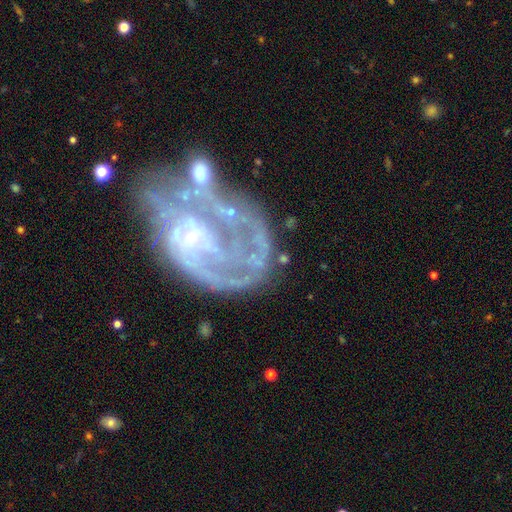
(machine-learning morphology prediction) This is likely a featured or disk galaxy (80%). It is clearly not viewed edge-on (98%). Bar: likely no (67%). Spiral arm pattern: likely yes (66%). Spiral arm count: marginally can't tell (37%). Spiral winding: marginally tight (40%). Central bulge: marginally small (44%). Merging: marginally major disturbance (38%).